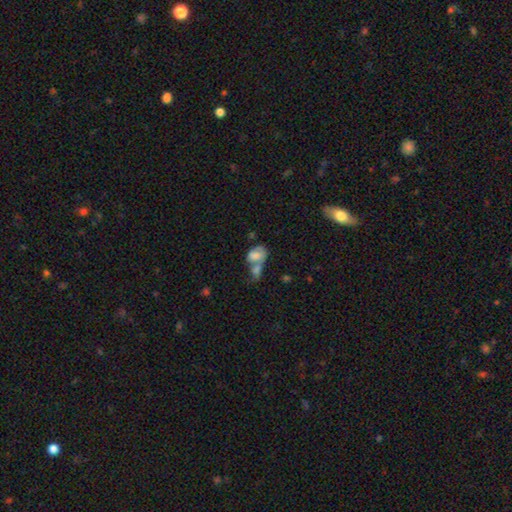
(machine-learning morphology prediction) smooth_or_featured: smooth (p=0.69) [alt: featured or disk p=0.22]
how_rounded: in between (p=0.82) [alt: round p=0.16]
merging: merger (p=0.63) [alt: none p=0.17]